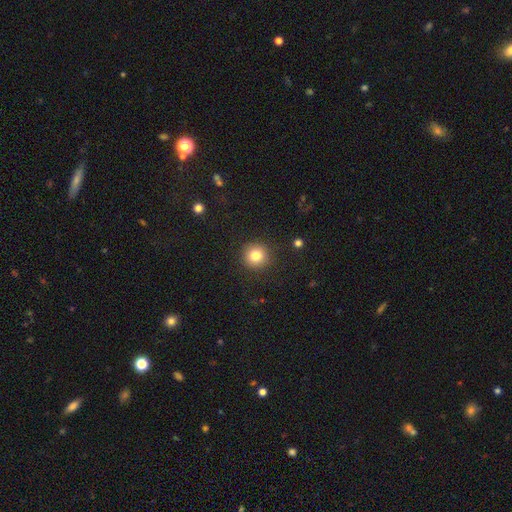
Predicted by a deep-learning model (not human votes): smooth 82%, star or artifact 11%, featured or disk 7%. Down the decision tree: how rounded — round (94%); merging — none (91%).